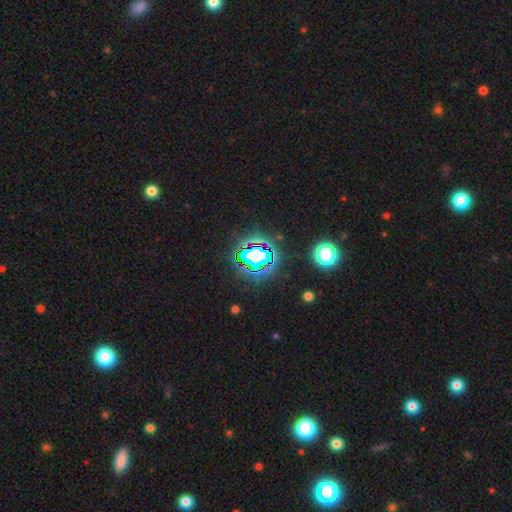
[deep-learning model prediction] smooth_or_featured: star or artifact (p=0.70) [alt: smooth p=0.16]